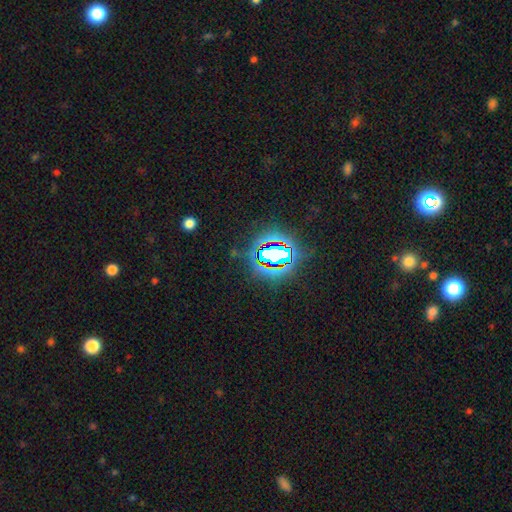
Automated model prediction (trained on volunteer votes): star or artifact 76%, smooth 14%, featured or disk 10%.